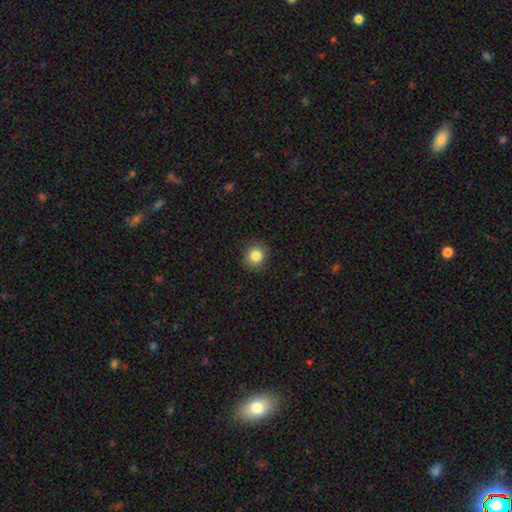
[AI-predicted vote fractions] smooth-or-featured: smooth: 85% | star or artifact: 10% | featured or disk: 5%
  how-rounded: round: 87% | in between: 12% | cigar-shaped: 1%
  merging: none: 88% | minor disturbance: 9% | major disturbance: 2% | merger: 1%